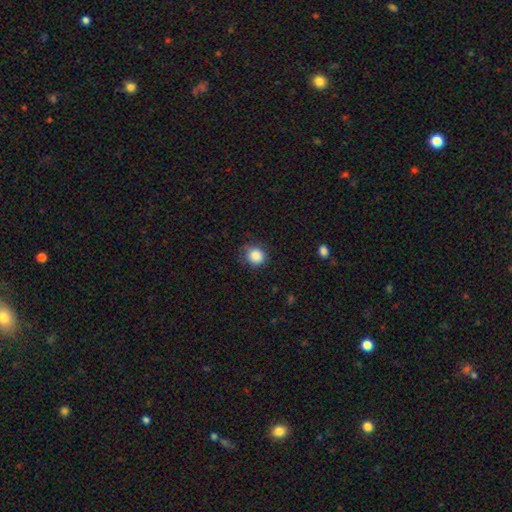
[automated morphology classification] Overall: smooth (86%). How rounded: round (85%). Merging: none (75%).